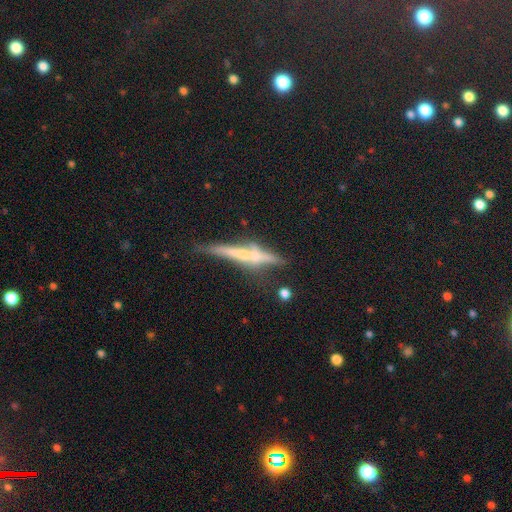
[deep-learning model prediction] The model was most divided on "edge-on bulge": rounded: 54%, none: 33%, boxy: 13%. More confident: edge-on disk — yes (89%); smooth or featured — featured or disk (60%); merging — none (55%).